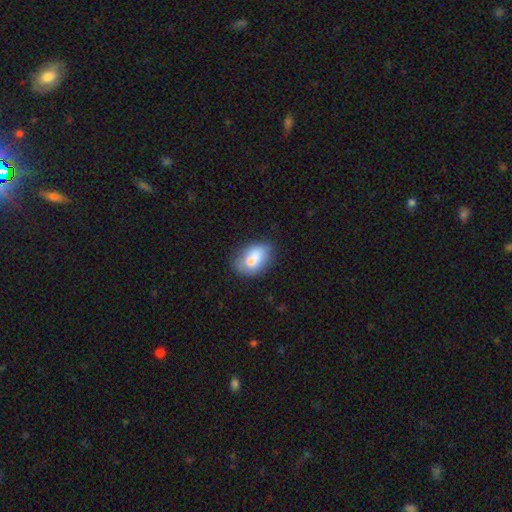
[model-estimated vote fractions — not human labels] Smooth or featured?
  - smooth: 74% *
  - featured or disk: 18%
  - star or artifact: 8%
How rounded?
  - in between: 82% *
  - round: 17%
  - cigar-shaped: 1%
Merging?
  - none: 51% *
  - minor disturbance: 25%
  - merger: 17%
  - major disturbance: 7%